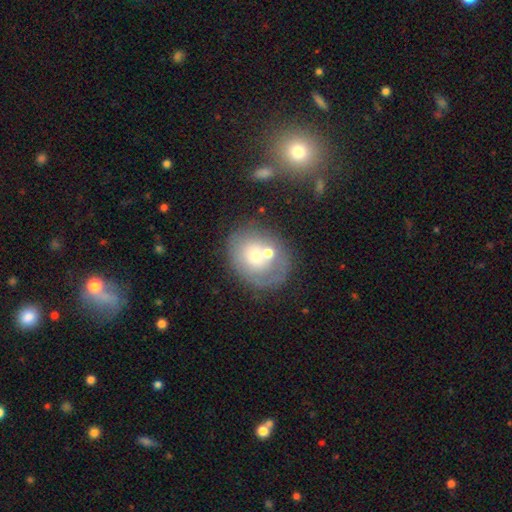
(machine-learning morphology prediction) Smooth or featured? smooth (55%)
How rounded? round (57%)
Merging? none (45%)